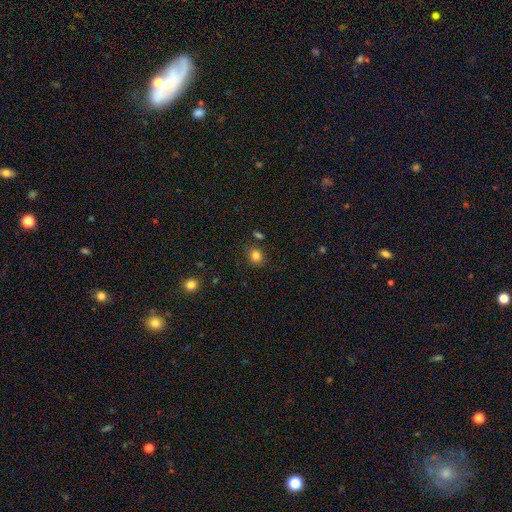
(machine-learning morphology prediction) Smooth or featured?
  - smooth: 82% *
  - star or artifact: 12%
  - featured or disk: 6%
How rounded?
  - round: 77% *
  - in between: 23%
  - cigar-shaped: 1%
Merging?
  - none: 82% *
  - minor disturbance: 11%
  - merger: 5%
  - major disturbance: 3%